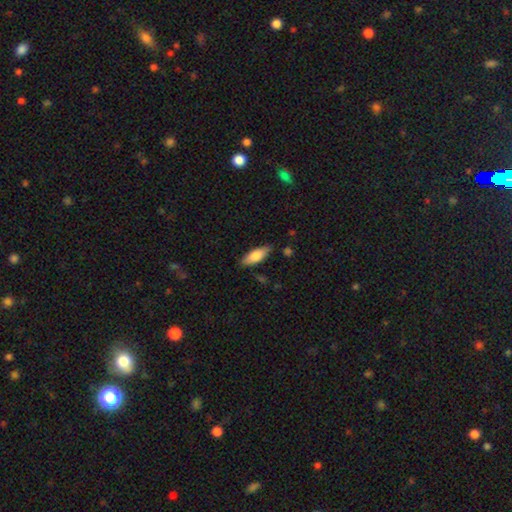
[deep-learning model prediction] Smooth or featured? smooth (81%)
How rounded? in between (72%)
Merging? none (78%)